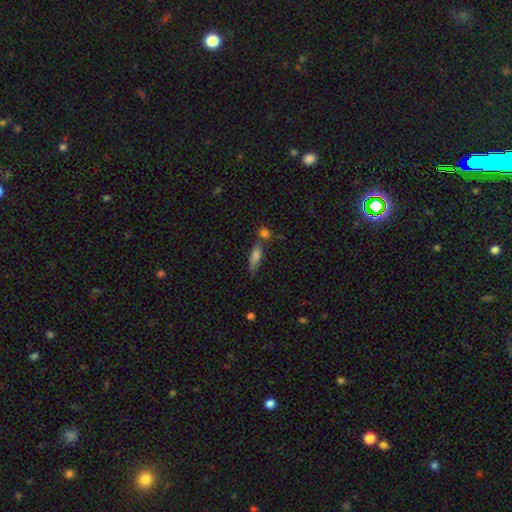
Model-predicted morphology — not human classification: smooth 71%, featured or disk 19%, star or artifact 11%. Down the decision tree: how rounded — cigar-shaped (51%); merging — none (52%).